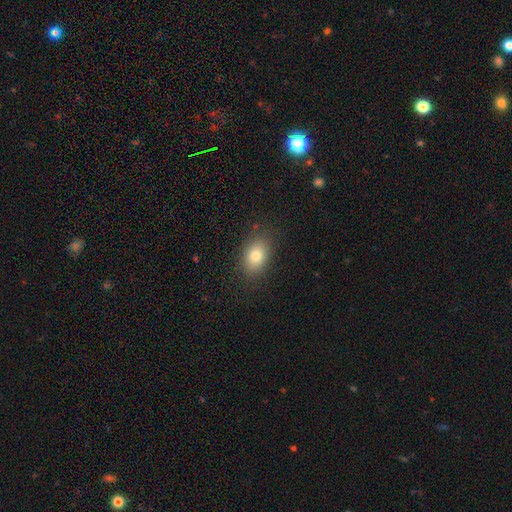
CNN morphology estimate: Smooth or featured? smooth (79%)
How rounded? in between (84%)
Merging? none (85%)